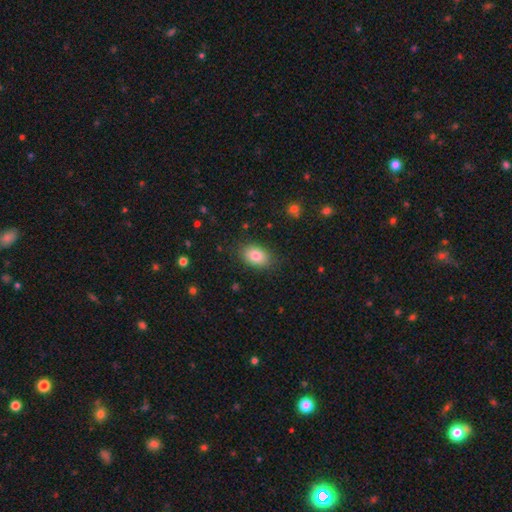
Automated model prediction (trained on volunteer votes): This appears to be a smooth galaxy with no disk features (84%) that is in between round and cigar-shaped (85%). Merging: none (85%).